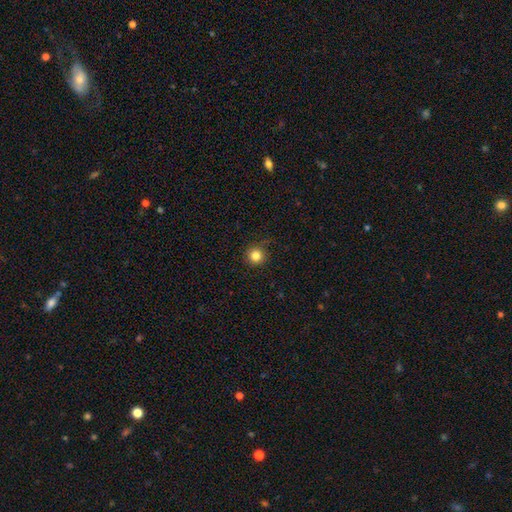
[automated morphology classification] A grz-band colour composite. It shows a smooth galaxy with no disk features (83%) that is round (95%). Merging: none (87%).